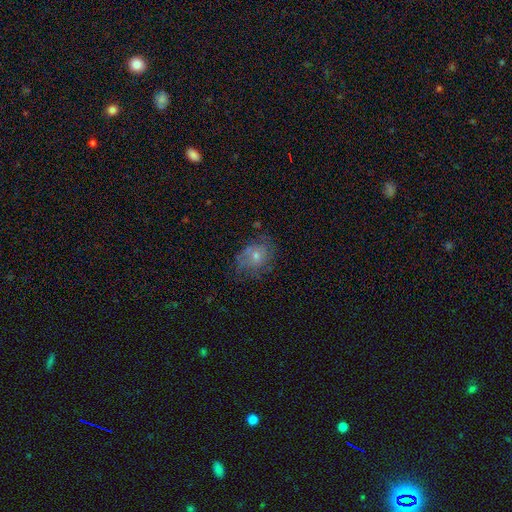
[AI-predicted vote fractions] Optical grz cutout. It shows a featured or disk galaxy (51%). Merging: none (63%).